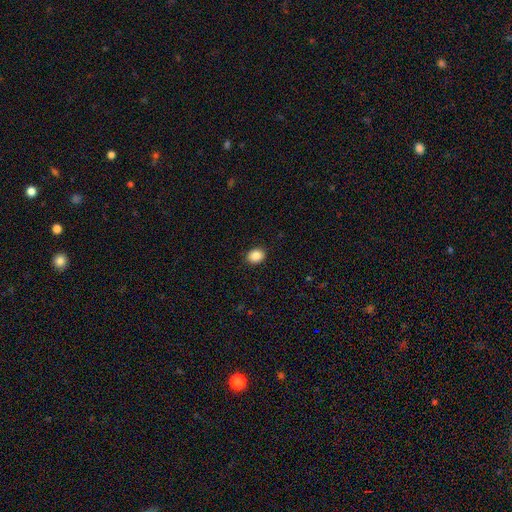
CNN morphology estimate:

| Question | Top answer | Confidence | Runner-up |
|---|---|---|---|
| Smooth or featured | smooth | 87% | star or artifact (9%) |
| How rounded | in between | 53% | round (46%) |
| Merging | none | 90% | minor disturbance (7%) |